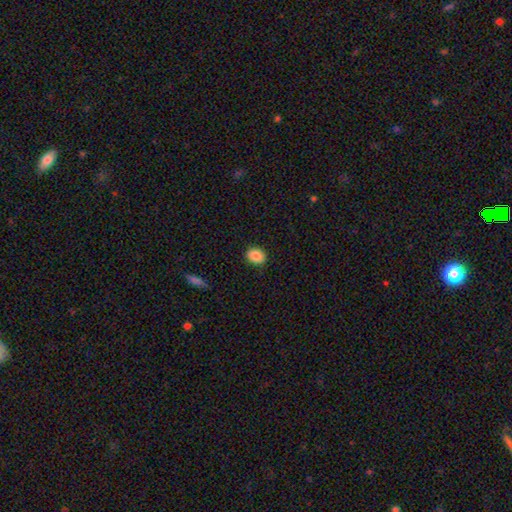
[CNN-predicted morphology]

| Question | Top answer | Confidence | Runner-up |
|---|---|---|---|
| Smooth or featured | smooth | 88% | star or artifact (8%) |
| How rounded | in between | 53% | round (46%) |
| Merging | none | 89% | minor disturbance (8%) |